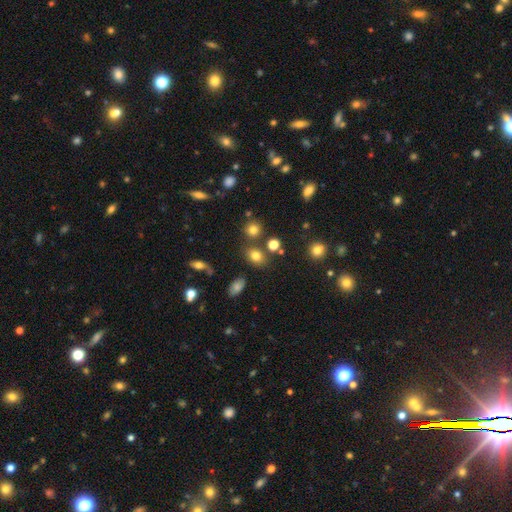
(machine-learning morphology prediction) type=smooth (76%); roundness=in between (59%); merging=none (74%).